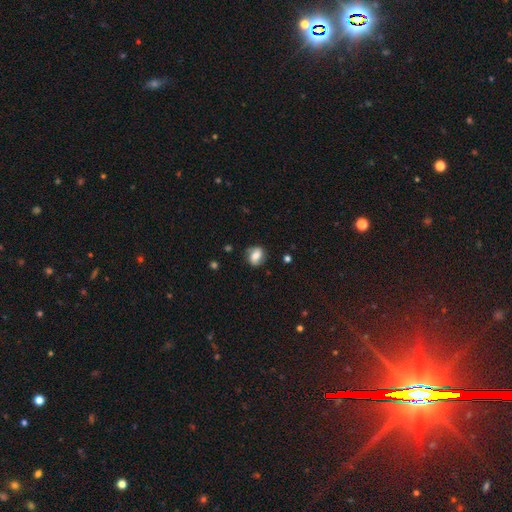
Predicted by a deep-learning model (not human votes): This is possibly a smooth galaxy (58%). How rounded: possibly in between (52%). Merging: likely none (77%).